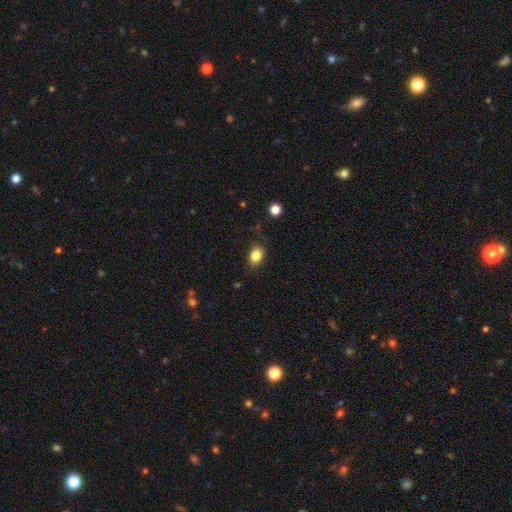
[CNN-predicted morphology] A smooth galaxy with no disk features (83%) that is in between round and cigar-shaped (67%). Merging: none (82%).